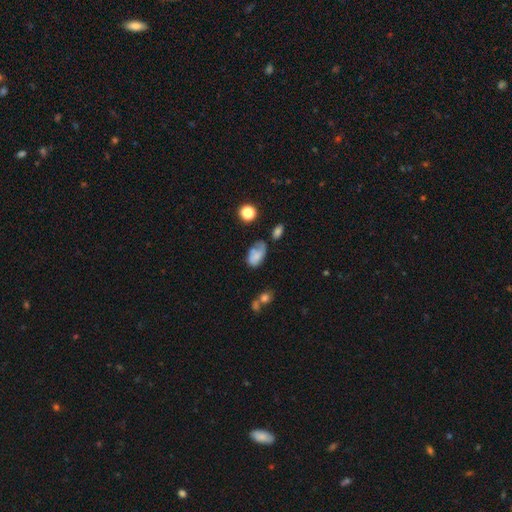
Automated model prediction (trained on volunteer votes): smooth_or_featured: smooth (p=0.63) [alt: featured or disk p=0.26]
how_rounded: in between (p=0.89) [alt: round p=0.09]
merging: none (p=0.38) [alt: minor disturbance p=0.33]